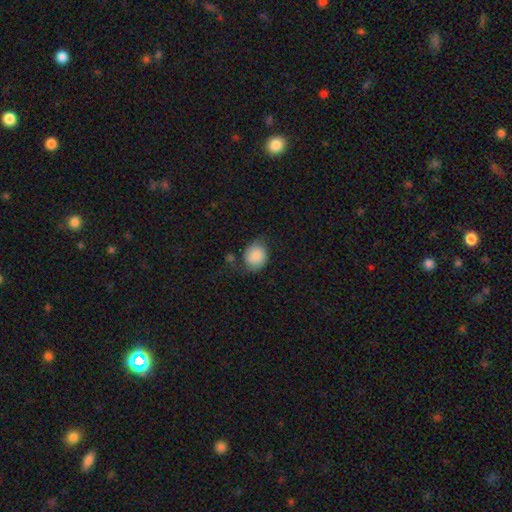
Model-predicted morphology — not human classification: Smooth or featured?
  - smooth: 75% *
  - featured or disk: 17%
  - star or artifact: 8%
How rounded?
  - round: 66% *
  - in between: 33%
  - cigar-shaped: 1%
Merging?
  - none: 53% *
  - minor disturbance: 29%
  - major disturbance: 13%
  - merger: 4%